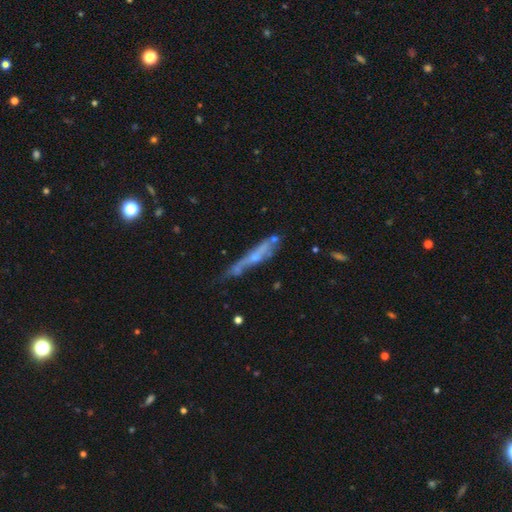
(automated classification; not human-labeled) Q: Smooth or featured?
A: featured or disk (59%); runner-up: smooth (31%)
Q: Edge-on disk?
A: yes (69%); runner-up: no (31%)
Q: Merging?
A: none (45%); runner-up: minor disturbance (28%)